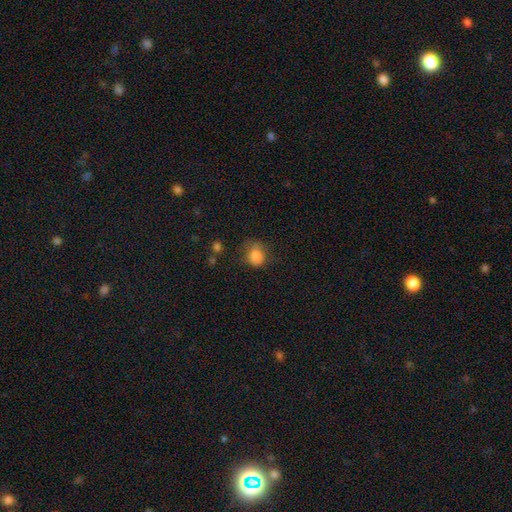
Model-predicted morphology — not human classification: The model was most divided on "how rounded": round: 61%, in between: 38%, cigar-shaped: 1%. More confident: smooth or featured — smooth (83%); merging — none (57%).